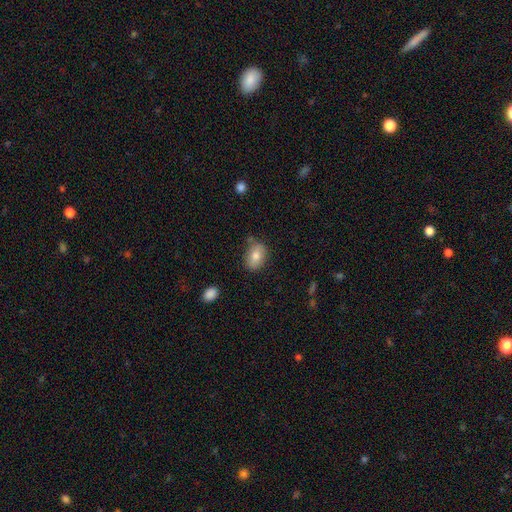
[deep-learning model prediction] A smooth galaxy with no disk features (78%) that is in between round and cigar-shaped (84%).

Vote fractions:
- Smooth or featured? smooth: 78% / featured or disk: 14% / star or artifact: 8%
- How rounded? in between: 84% / round: 15% / cigar-shaped: 2%
- Merging? none: 70% / minor disturbance: 22% / major disturbance: 4% / merger: 4%